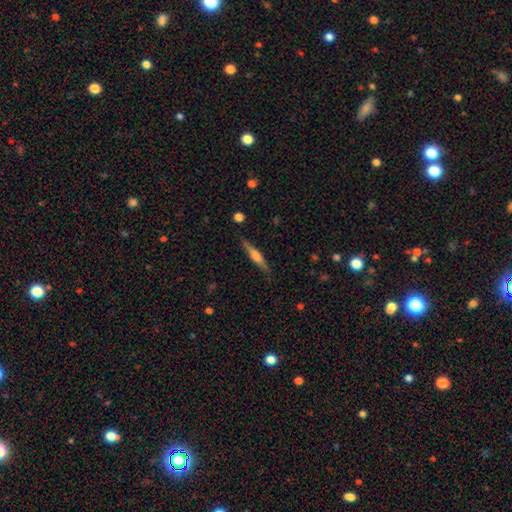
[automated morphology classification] This appears to be a featured or disk galaxy (54%) viewed edge-on (96%) with a rounded central bulge (69%). Merging: none (86%).